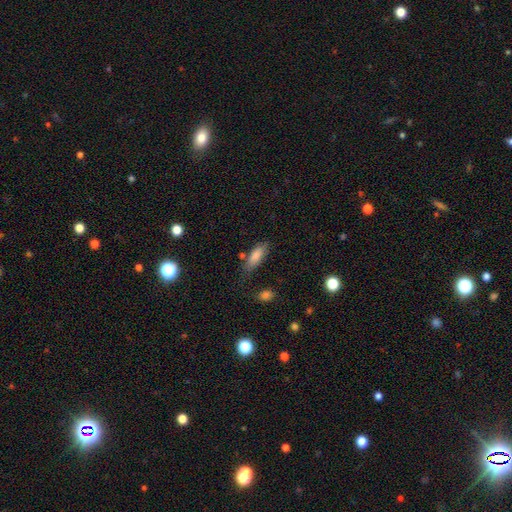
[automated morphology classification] type=smooth (84%); roundness=in between (69%); merging=none (66%).